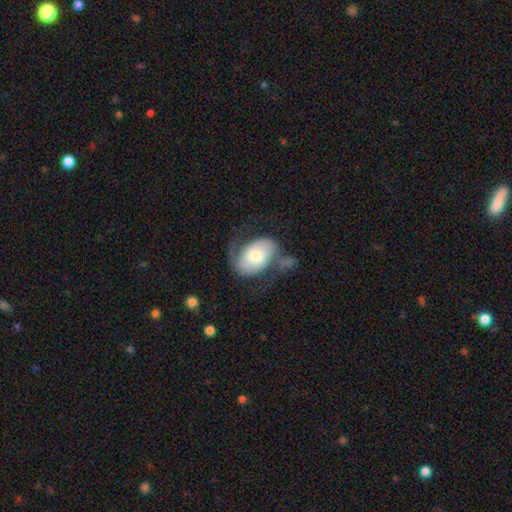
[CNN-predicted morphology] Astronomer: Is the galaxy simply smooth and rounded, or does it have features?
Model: featured or disk — 58% (runner-up: smooth, 36%).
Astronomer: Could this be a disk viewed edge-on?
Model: no — 95%.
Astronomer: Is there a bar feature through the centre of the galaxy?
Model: no — 63%.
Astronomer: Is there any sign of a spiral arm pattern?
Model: yes — 79%.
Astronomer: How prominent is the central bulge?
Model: moderate — 55%.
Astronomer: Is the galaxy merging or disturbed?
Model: none — 38% (runner-up: major disturbance, 32%).